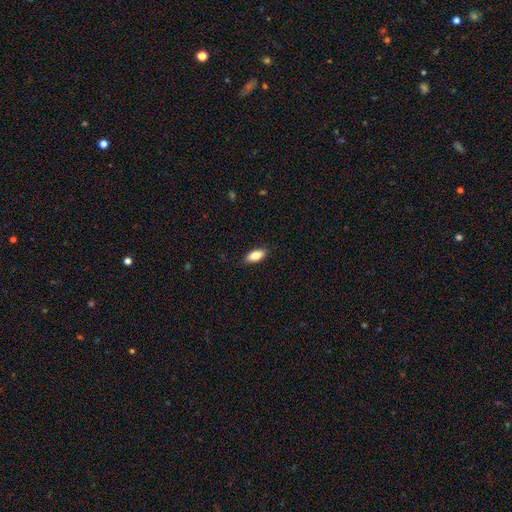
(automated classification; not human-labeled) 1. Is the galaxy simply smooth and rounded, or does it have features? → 82% smooth, 11% featured or disk, 7% star or artifact.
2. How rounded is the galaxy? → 85% in between, 13% cigar-shaped, 3% round.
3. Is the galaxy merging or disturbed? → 87% none, 10% minor disturbance, 2% major disturbance, 1% merger.